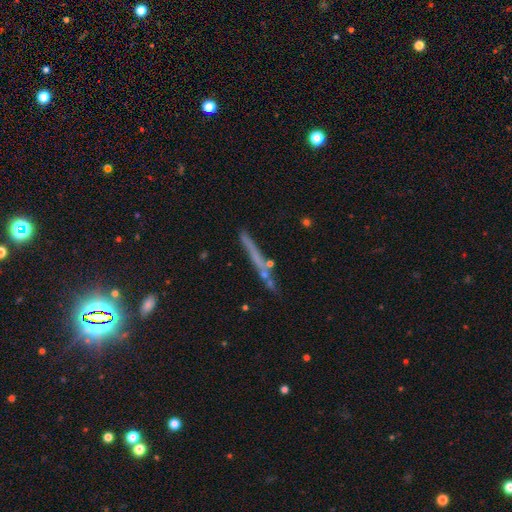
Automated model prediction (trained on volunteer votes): Morphology: type=smooth (46%); merging=none (74%).